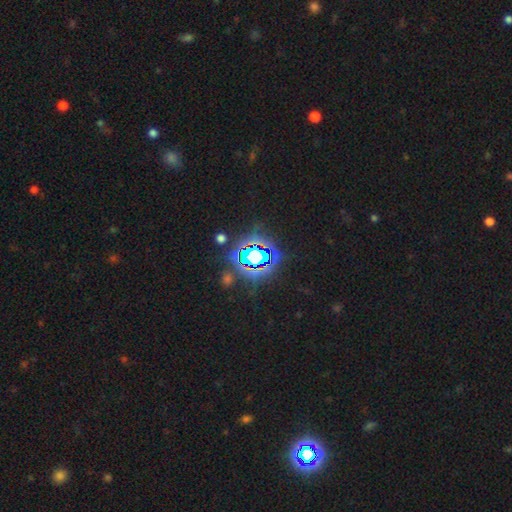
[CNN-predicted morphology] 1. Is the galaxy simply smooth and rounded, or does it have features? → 74% star or artifact, 15% smooth, 11% featured or disk.